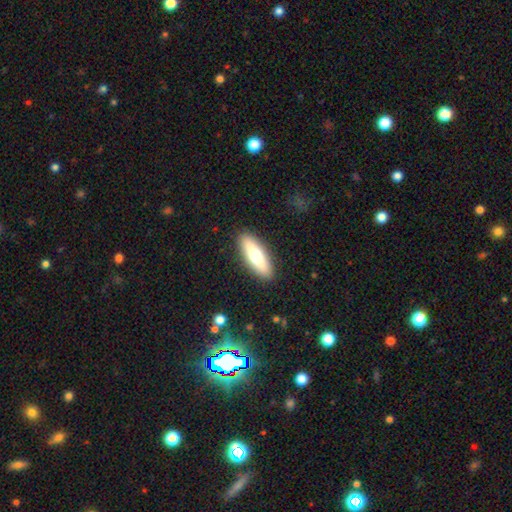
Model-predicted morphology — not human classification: This appears to be a smooth galaxy with no disk features (64%) that is in between round and cigar-shaped (49%, tied with cigar-shaped). Merging: none (90%).